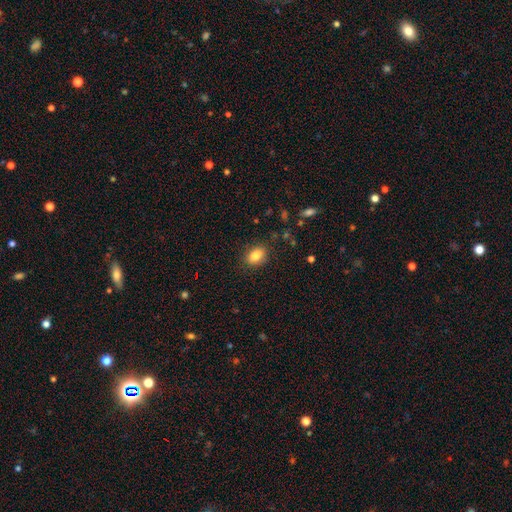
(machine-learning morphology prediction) smooth 84%, star or artifact 9%, featured or disk 7%. Down the decision tree: how rounded — in between (76%); merging — none (86%).